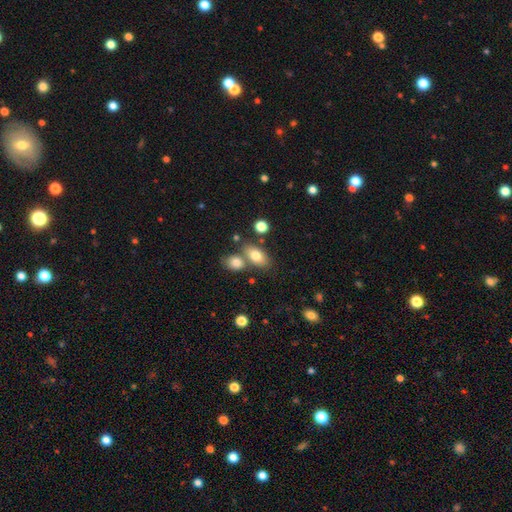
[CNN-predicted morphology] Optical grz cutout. It shows a smooth galaxy with no disk features (78%) that is in between round and cigar-shaped (87%). Merging: none (57%).